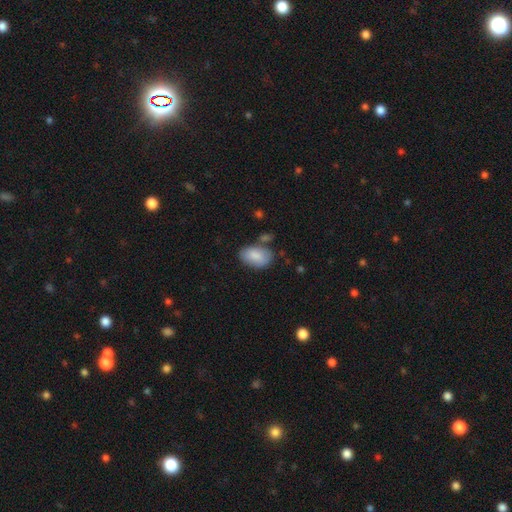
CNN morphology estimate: This is clearly a smooth galaxy (83%). How rounded: clearly in between (90%). Merging: likely none (66%).